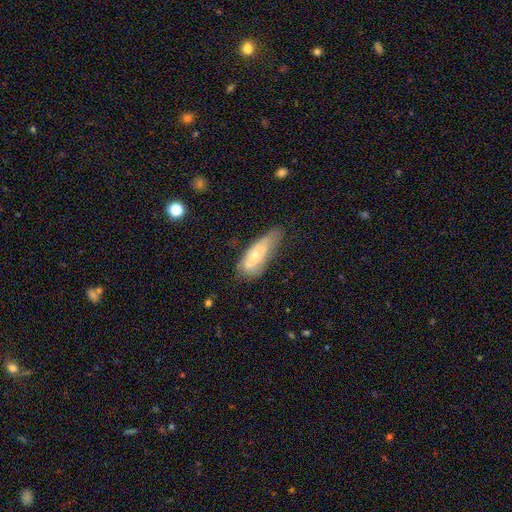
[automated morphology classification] Q: Smooth or featured?
A: smooth (55%); runner-up: featured or disk (38%)
Q: How rounded?
A: in between (70%); runner-up: cigar-shaped (27%)
Q: Merging?
A: minor disturbance (39%); runner-up: none (37%)